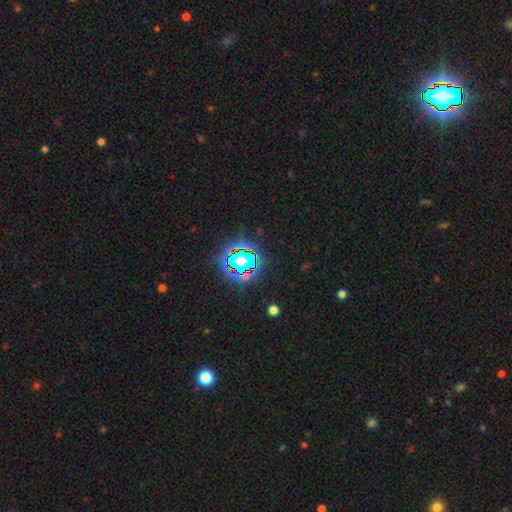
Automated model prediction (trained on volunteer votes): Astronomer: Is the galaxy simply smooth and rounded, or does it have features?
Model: star or artifact — 81%.